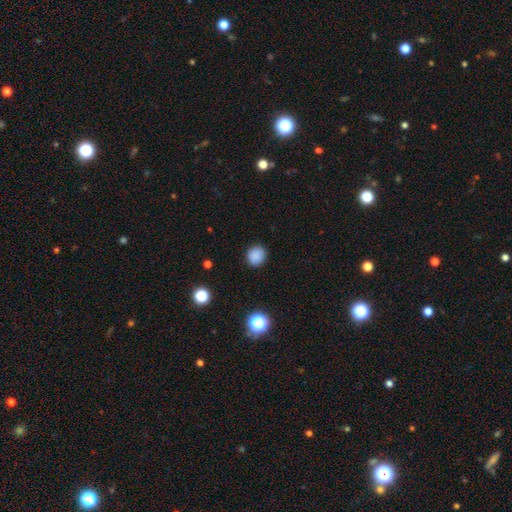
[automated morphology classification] A smooth galaxy with no disk features (85%) that is round (88%).

Vote fractions:
- Smooth or featured? smooth: 85% / star or artifact: 12% / featured or disk: 3%
- How rounded? round: 88% / in between: 11% / cigar-shaped: 1%
- Merging? none: 89% / minor disturbance: 8% / major disturbance: 2% / merger: 1%